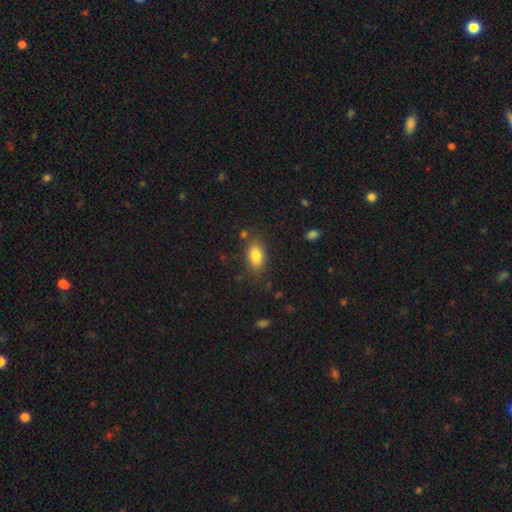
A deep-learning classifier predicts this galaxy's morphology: The model was most divided on "merging": none: 79%, minor disturbance: 14%, major disturbance: 4%, merger: 3%. More confident: how rounded — in between (88%); smooth or featured — smooth (83%).